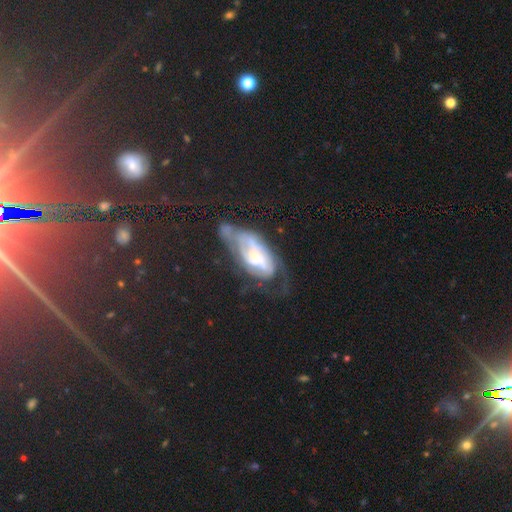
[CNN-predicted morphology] This appears to be a featured or disk galaxy (63%) with no bar (51%), spiral arms (70%) and a small central bulge (48%). Merging: none (36%).